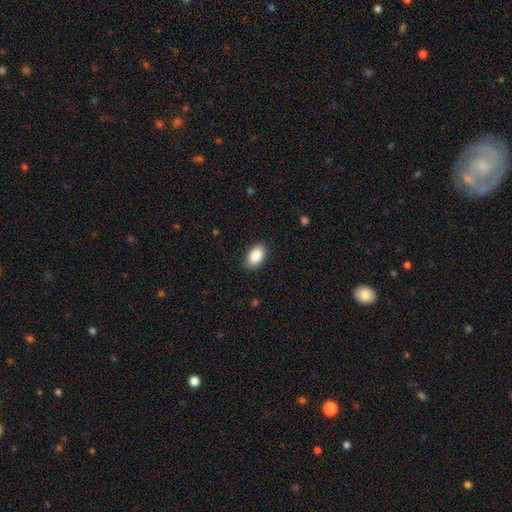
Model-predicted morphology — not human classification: type=smooth (89%); roundness=in between (93%); merging=none (87%).